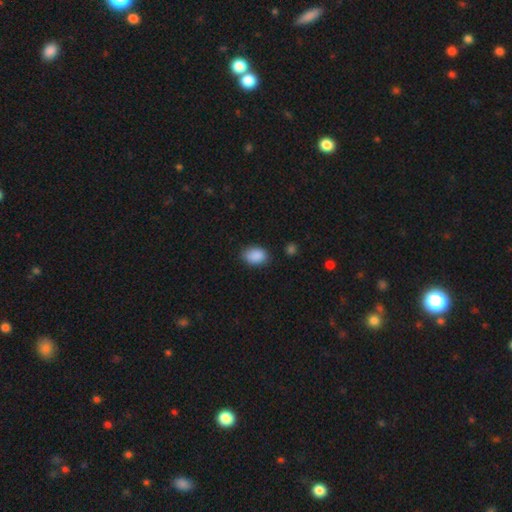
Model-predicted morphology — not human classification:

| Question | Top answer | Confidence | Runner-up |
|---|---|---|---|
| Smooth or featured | smooth | 89% | star or artifact (8%) |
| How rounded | in between | 76% | round (23%) |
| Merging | none | 80% | minor disturbance (15%) |